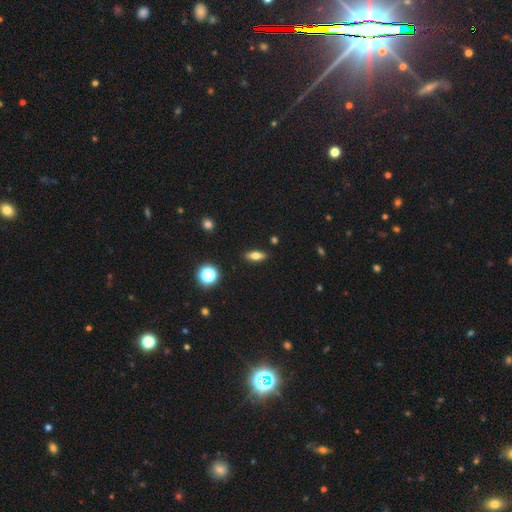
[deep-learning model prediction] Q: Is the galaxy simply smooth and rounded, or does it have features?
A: smooth — 65%.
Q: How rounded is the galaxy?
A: in between — 68%.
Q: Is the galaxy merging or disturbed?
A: none — 88%.